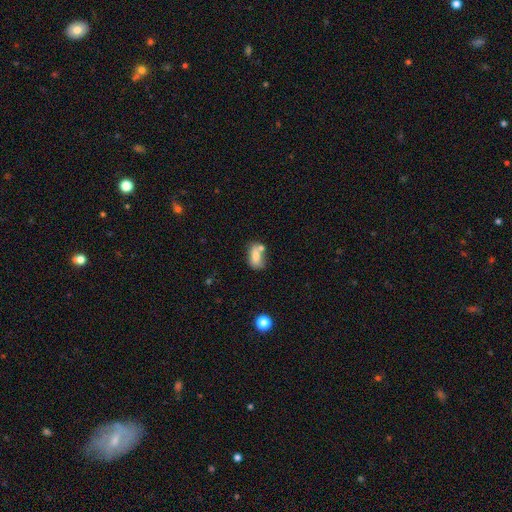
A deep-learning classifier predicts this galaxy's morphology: smooth 75%, featured or disk 16%, star or artifact 9%. Down the decision tree: how rounded — in between (83%); merging — none (46%).